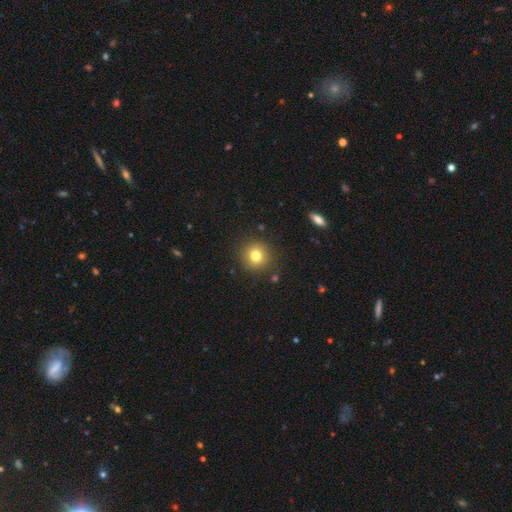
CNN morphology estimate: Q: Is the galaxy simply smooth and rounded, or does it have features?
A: smooth — 79%.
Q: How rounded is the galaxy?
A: round — 92%.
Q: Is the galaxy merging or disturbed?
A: none — 88%.